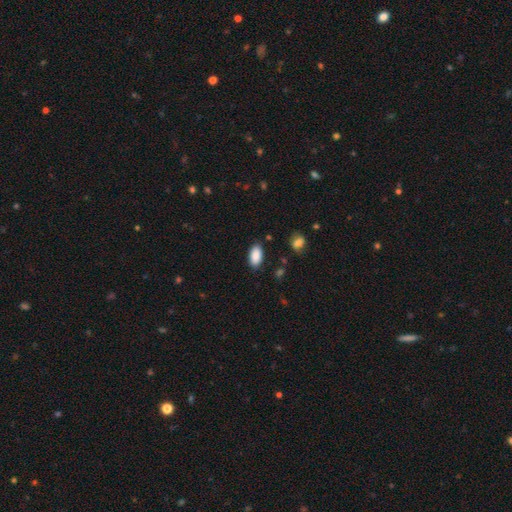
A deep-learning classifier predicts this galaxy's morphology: Overall: smooth (89%). How rounded: in between (93%). Merging: none (85%).